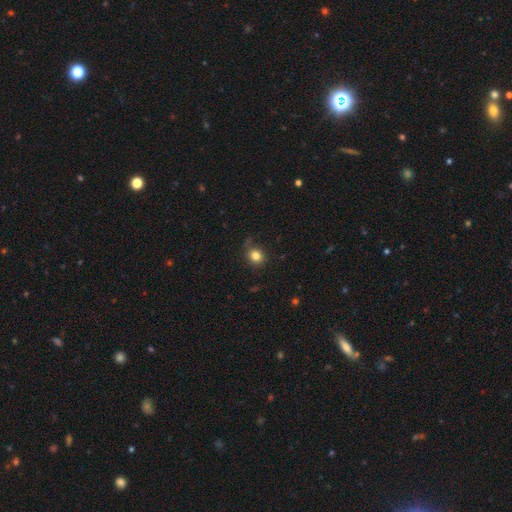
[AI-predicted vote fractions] Smooth or featured? Predicted: smooth (p=0.81). How rounded? Predicted: round (p=0.78). Merging? Predicted: none (p=0.75).